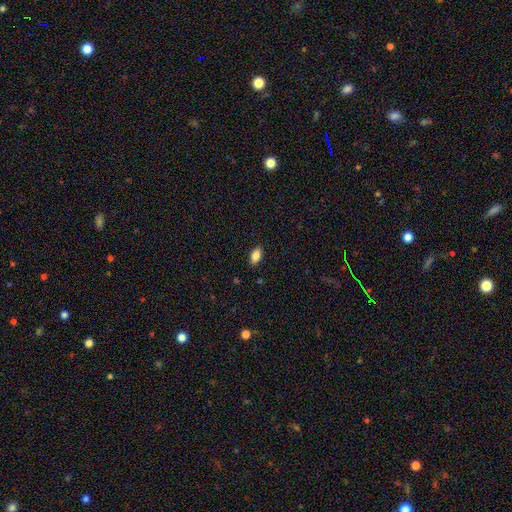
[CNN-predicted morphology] Smooth or featured? smooth (85%)
How rounded? in between (91%)
Merging? none (88%)